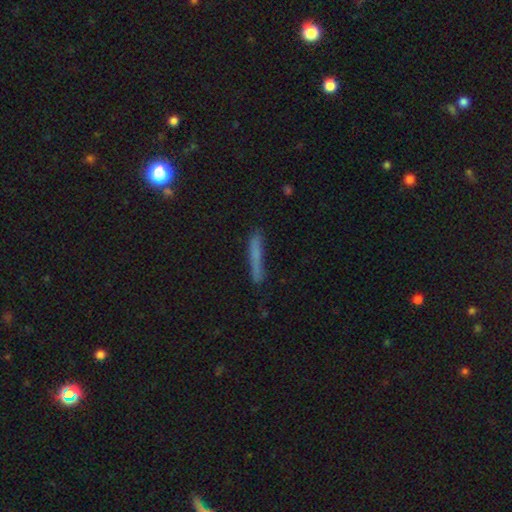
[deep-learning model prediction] smooth_or_featured: smooth (p=0.67) [alt: featured or disk p=0.24]
how_rounded: cigar-shaped (p=0.94) [alt: in between p=0.04]
merging: none (p=0.79) [alt: minor disturbance p=0.15]